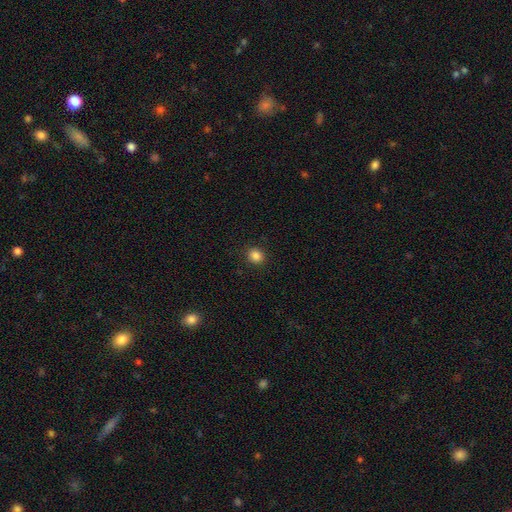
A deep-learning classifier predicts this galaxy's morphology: Q: Smooth or featured?
A: smooth (86%); runner-up: star or artifact (11%)
Q: How rounded?
A: round (74%); runner-up: in between (25%)
Q: Merging?
A: none (91%); runner-up: minor disturbance (6%)